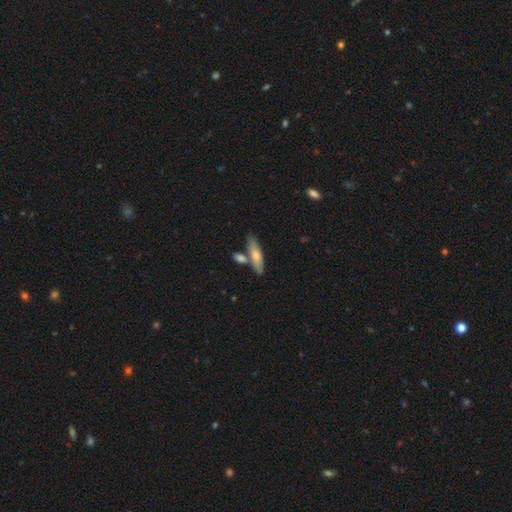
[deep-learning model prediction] Overall: smooth (69%). How rounded: cigar-shaped (61%; in between 36%). Merging: none (63%).